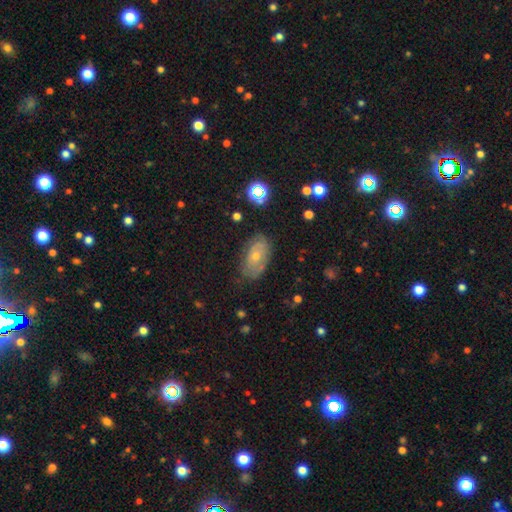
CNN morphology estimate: type=featured or disk (43%, tied with smooth); merging=none (72%).